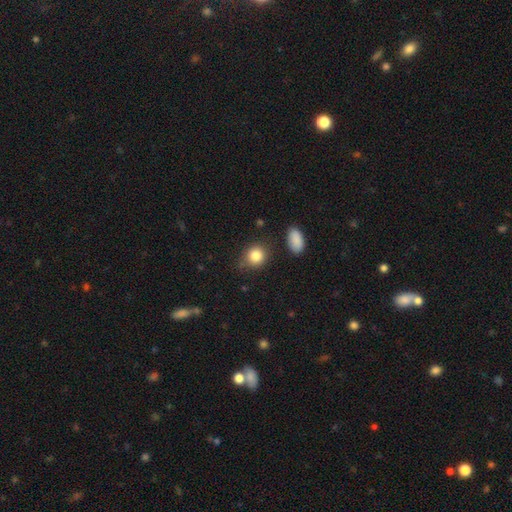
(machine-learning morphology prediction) Overall: smooth (85%). How rounded: round (72%). Merging: none (75%).